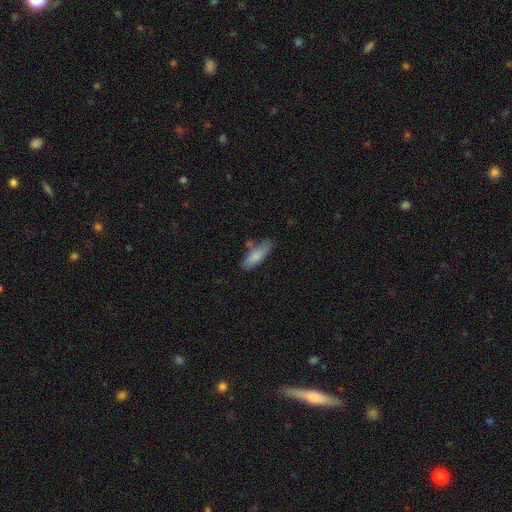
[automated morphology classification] A smooth galaxy with no disk features (81%) that is in between round and cigar-shaped (55%). Merging: none (71%).